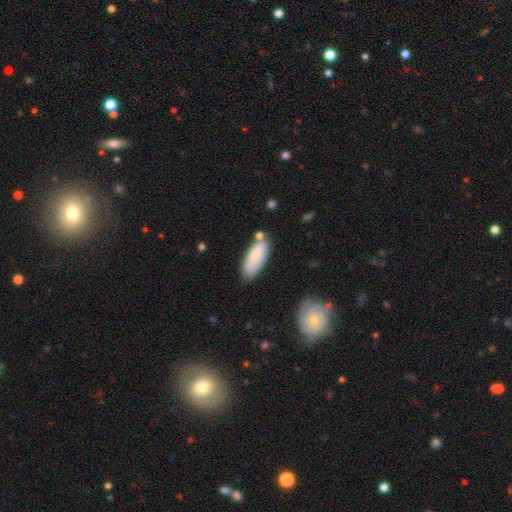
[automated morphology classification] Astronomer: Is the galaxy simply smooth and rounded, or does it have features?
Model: smooth — 81%.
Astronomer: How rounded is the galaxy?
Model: in between — 77%.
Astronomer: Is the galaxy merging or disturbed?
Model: none — 66%.